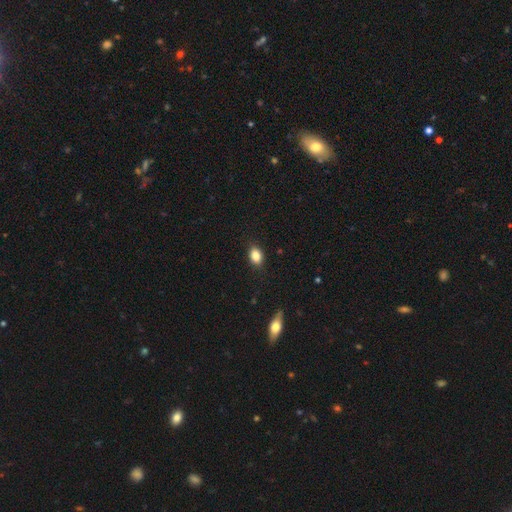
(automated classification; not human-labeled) A smooth galaxy with no disk features (85%) that is in between round and cigar-shaped (78%).

Vote fractions:
- Smooth or featured? smooth: 85% / star or artifact: 9% / featured or disk: 6%
- How rounded? in between: 78% / round: 19% / cigar-shaped: 2%
- Merging? none: 84% / minor disturbance: 12% / major disturbance: 3% / merger: 1%